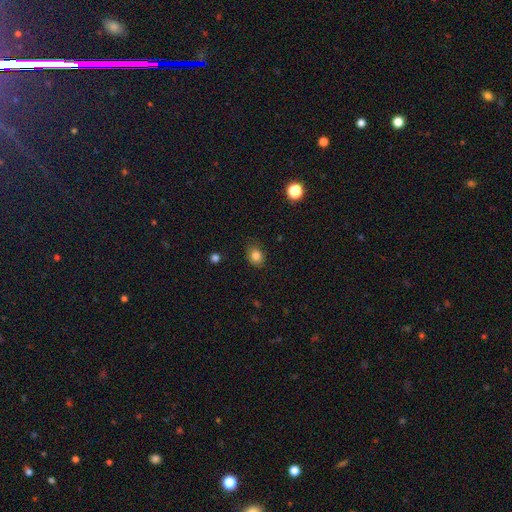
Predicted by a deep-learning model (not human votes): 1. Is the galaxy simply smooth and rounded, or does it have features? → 83% smooth, 11% star or artifact, 6% featured or disk.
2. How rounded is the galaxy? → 53% round, 47% in between, 1% cigar-shaped.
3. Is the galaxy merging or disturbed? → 79% none, 16% minor disturbance, 3% major disturbance, 1% merger.